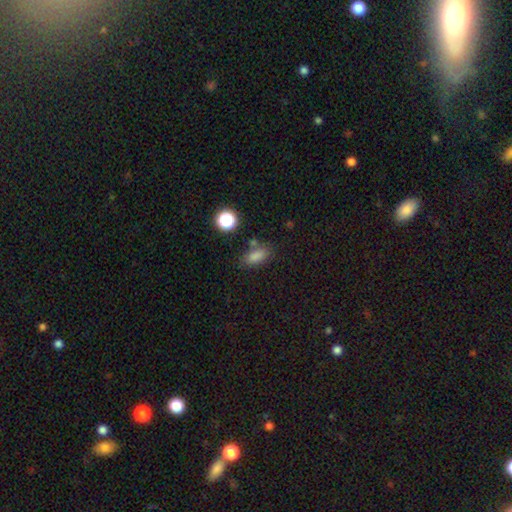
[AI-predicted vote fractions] A smooth galaxy with no disk features (81%) that is in between round and cigar-shaped (79%).

Vote fractions:
- Smooth or featured? smooth: 81% / star or artifact: 13% / featured or disk: 6%
- How rounded? in between: 79% / cigar-shaped: 11% / round: 10%
- Merging? none: 73% / minor disturbance: 15% / merger: 8% / major disturbance: 4%